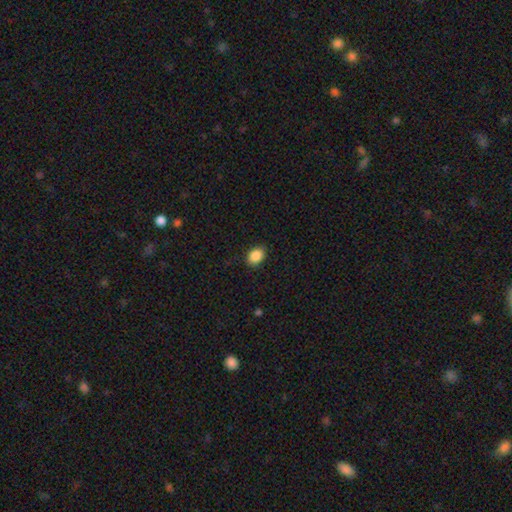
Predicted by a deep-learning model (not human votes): Q: Smooth or featured?
A: smooth (88%); runner-up: star or artifact (8%)
Q: How rounded?
A: in between (70%); runner-up: round (29%)
Q: Merging?
A: none (87%); runner-up: minor disturbance (9%)